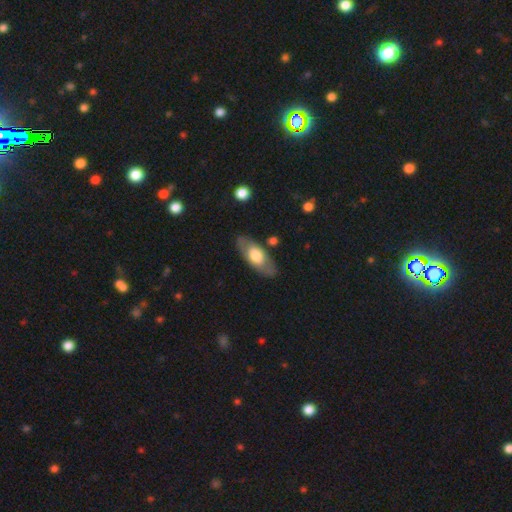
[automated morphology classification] type=smooth (56%); roundness=in between (83%); merging=none (82%).